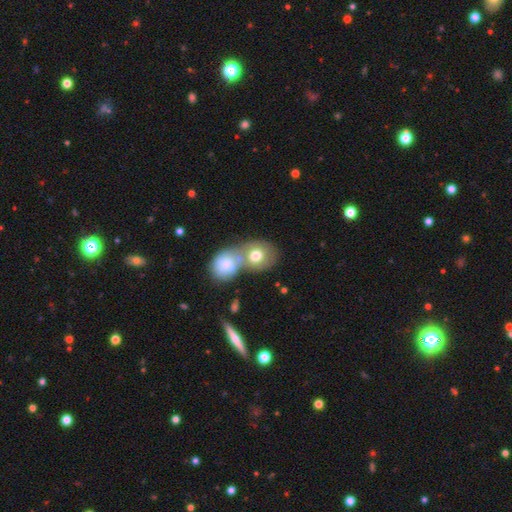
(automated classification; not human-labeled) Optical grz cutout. It shows a smooth galaxy with no disk features (73%) that is round (63%). Merging: merger (64%).